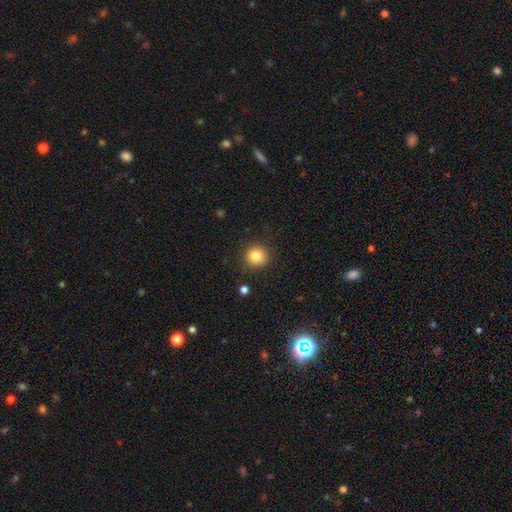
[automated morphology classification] Overall: smooth (84%). How rounded: round (90%). Merging: none (88%).